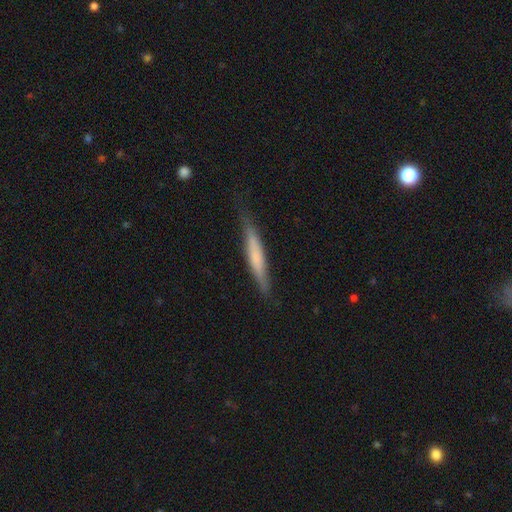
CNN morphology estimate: smooth_or_featured: smooth (p=0.57) [alt: featured or disk p=0.37]
how_rounded: cigar-shaped (p=0.92) [alt: in between p=0.06]
merging: none (p=0.76) [alt: minor disturbance p=0.19]